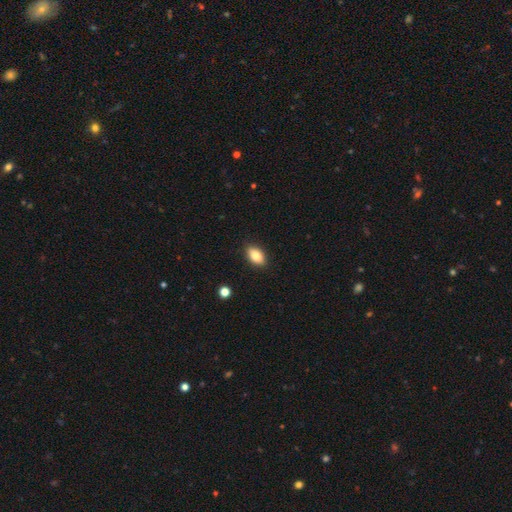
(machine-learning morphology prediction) Smooth or featured?
  - smooth: 83% *
  - featured or disk: 9%
  - star or artifact: 8%
How rounded?
  - in between: 90% *
  - round: 7%
  - cigar-shaped: 2%
Merging?
  - none: 89% *
  - minor disturbance: 8%
  - major disturbance: 2%
  - merger: 1%